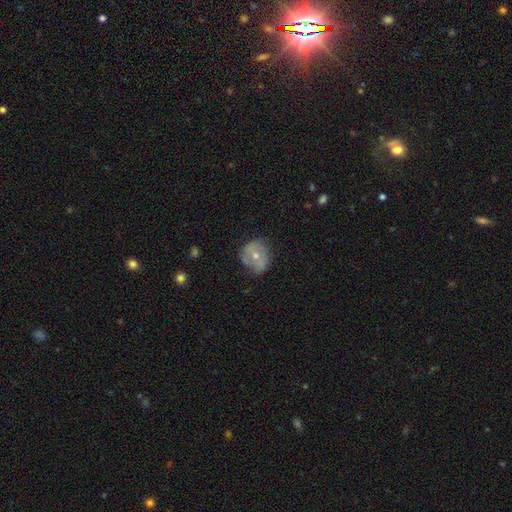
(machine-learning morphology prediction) Smooth or featured? Predicted: smooth (p=0.49). Merging? Predicted: none (p=0.59).